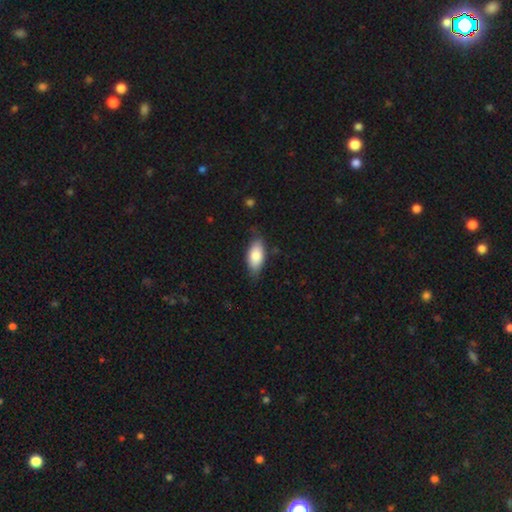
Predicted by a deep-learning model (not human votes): Smooth or featured?
  - smooth: 82% *
  - featured or disk: 12%
  - star or artifact: 6%
How rounded?
  - in between: 89% *
  - cigar-shaped: 8%
  - round: 3%
Merging?
  - none: 76% *
  - minor disturbance: 20%
  - major disturbance: 3%
  - merger: 1%